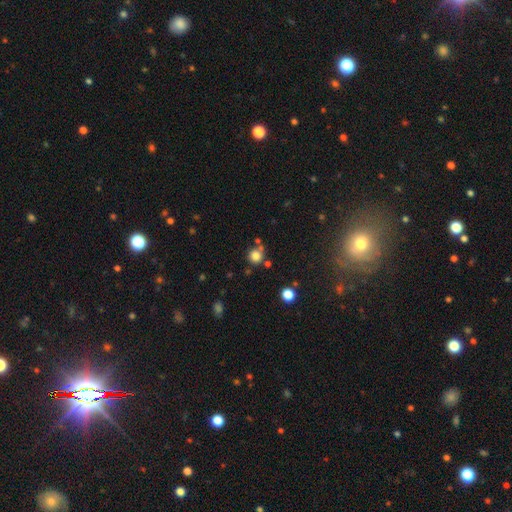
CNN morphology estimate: Q: Smooth or featured?
A: smooth (80%); runner-up: star or artifact (14%)
Q: How rounded?
A: round (91%); runner-up: in between (8%)
Q: Merging?
A: none (70%); runner-up: merger (15%)